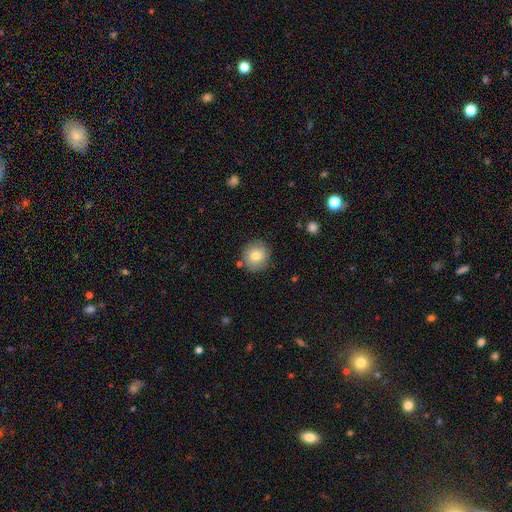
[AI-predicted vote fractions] This is likely a smooth galaxy (79%). How rounded: clearly round (90%). Merging: clearly none (85%).